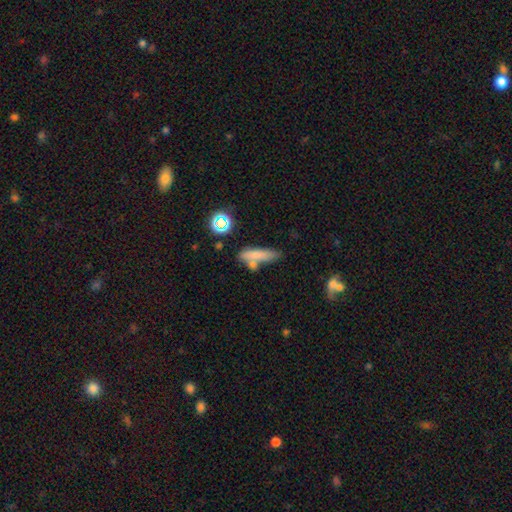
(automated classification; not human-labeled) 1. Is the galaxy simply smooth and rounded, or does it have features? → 73% smooth, 15% featured or disk, 12% star or artifact.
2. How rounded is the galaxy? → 68% cigar-shaped, 28% in between, 4% round.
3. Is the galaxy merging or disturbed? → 55% none, 23% merger, 16% minor disturbance, 6% major disturbance.